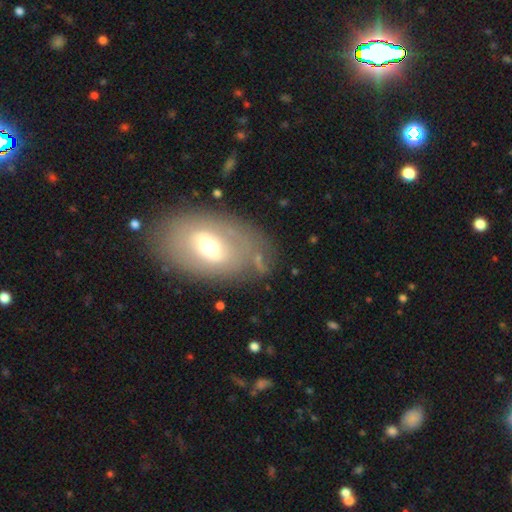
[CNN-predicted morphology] smooth-or-featured: featured or disk: 54% | smooth: 38% | star or artifact: 8%
  disk-edge-on: no: 91% | yes: 9%
  merging: none: 69% | minor disturbance: 18% | major disturbance: 8% | merger: 4%